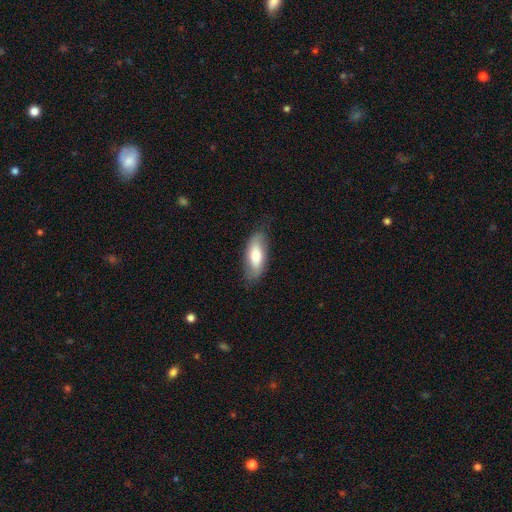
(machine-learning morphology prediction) smooth 70%, featured or disk 24%, star or artifact 6%. Down the decision tree: how rounded — in between (80%); merging — none (75%).